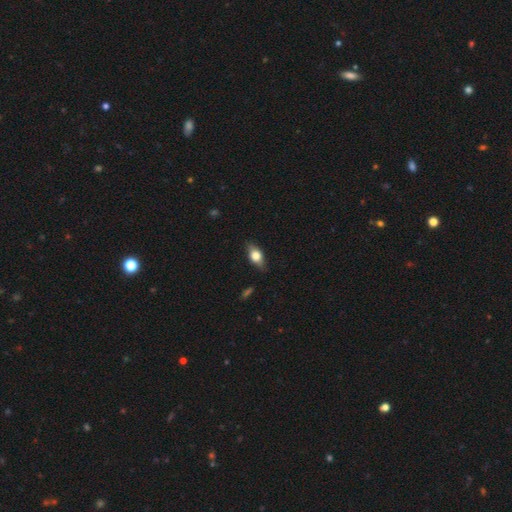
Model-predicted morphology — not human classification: Overall: smooth (62%; featured or disk 31%). How rounded: in between (80%). Merging: none (82%).